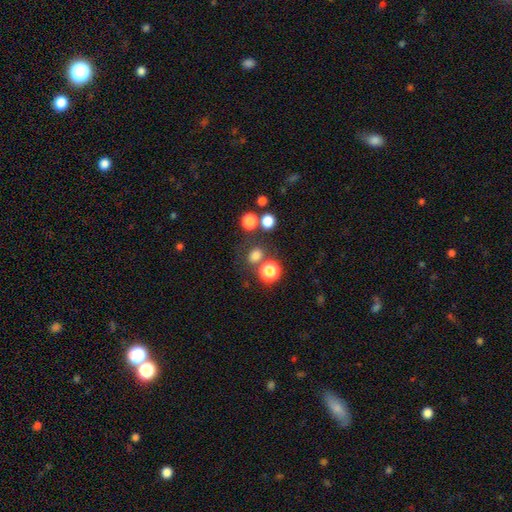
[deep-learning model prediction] Smooth or featured?
  - smooth: 76% *
  - star or artifact: 18%
  - featured or disk: 6%
How rounded?
  - round: 69% *
  - in between: 29%
  - cigar-shaped: 1%
Merging?
  - none: 69% *
  - merger: 15%
  - minor disturbance: 11%
  - major disturbance: 5%